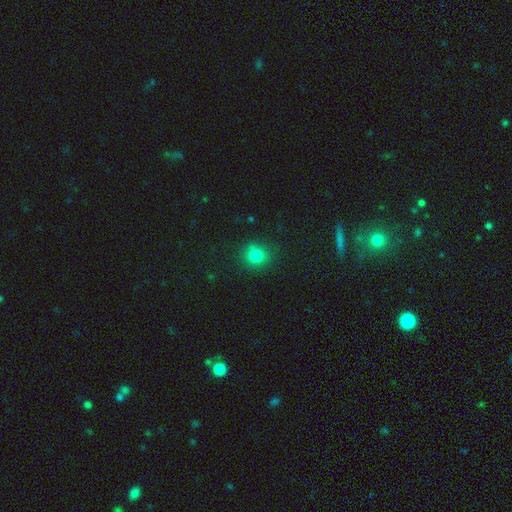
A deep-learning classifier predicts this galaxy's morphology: Smooth or featured: smooth — 81% (star or artifact — 14%)
How rounded: round — 88% (in between — 11%)
Merging: none — 83% (minor disturbance — 11%)